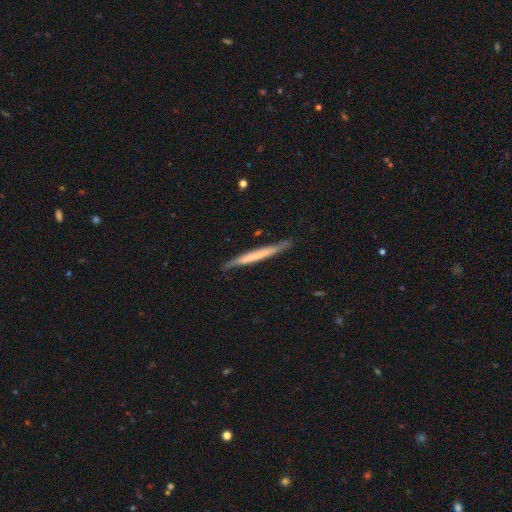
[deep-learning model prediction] Smooth or featured? smooth (48%)
Merging? none (82%)